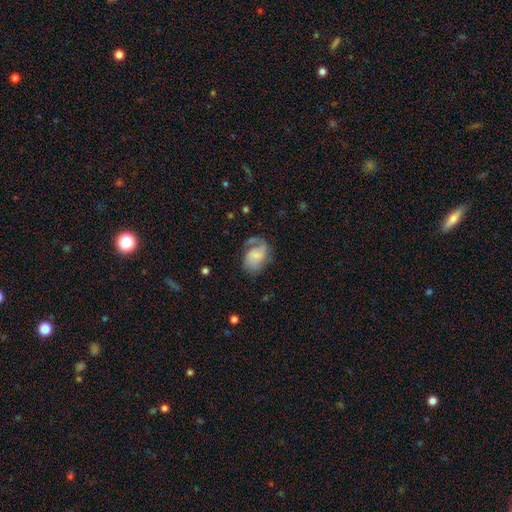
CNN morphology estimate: Smooth or featured: smooth — 50% (featured or disk — 42%)
Merging: none — 40% (major disturbance — 28%)